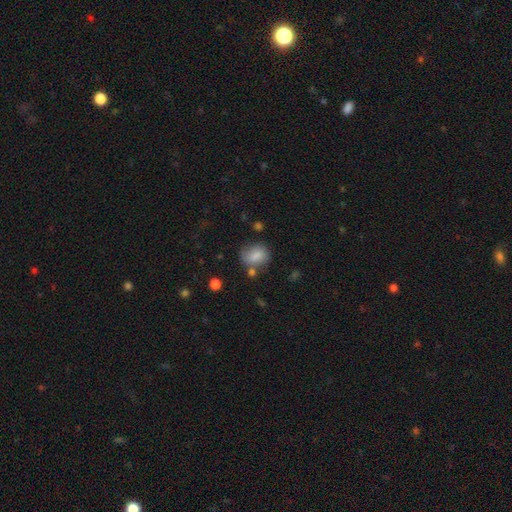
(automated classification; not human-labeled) Overall: smooth (80%). How rounded: in between (51%; round 48%). Merging: none (60%; minor disturbance 22%).